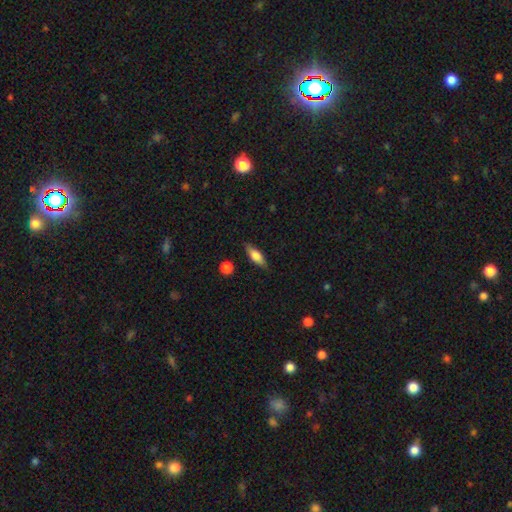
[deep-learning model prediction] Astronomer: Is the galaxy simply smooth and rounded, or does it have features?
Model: smooth — 67%.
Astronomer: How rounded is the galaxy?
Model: in between — 61%.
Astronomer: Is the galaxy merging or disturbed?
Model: none — 84%.